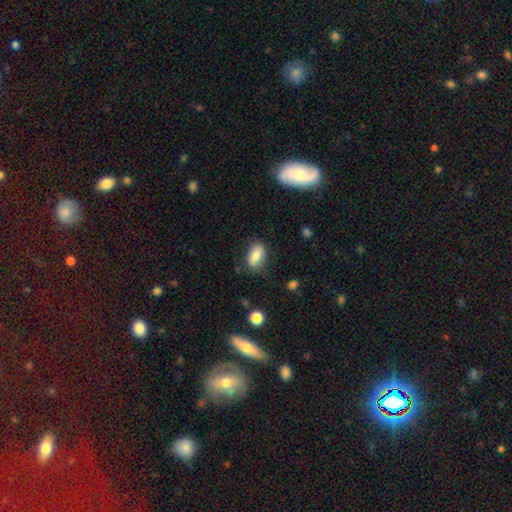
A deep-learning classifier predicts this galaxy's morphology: This appears to be a smooth galaxy with no disk features (77%) that is in between round and cigar-shaped (88%). Merging: none (77%).